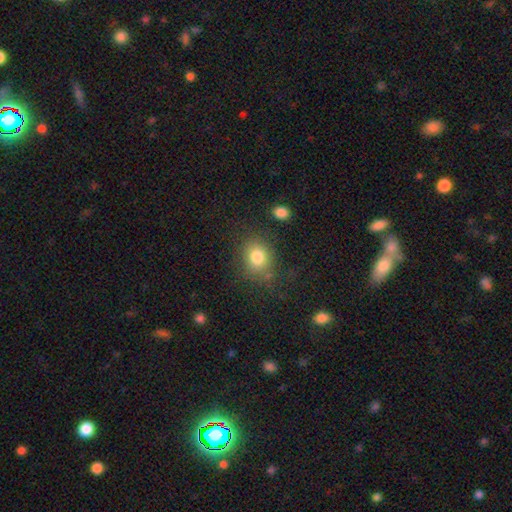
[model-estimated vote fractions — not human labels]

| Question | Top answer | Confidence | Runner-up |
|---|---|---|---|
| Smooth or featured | smooth | 81% | star or artifact (11%) |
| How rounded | round | 60% | in between (39%) |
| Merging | none | 78% | minor disturbance (14%) |